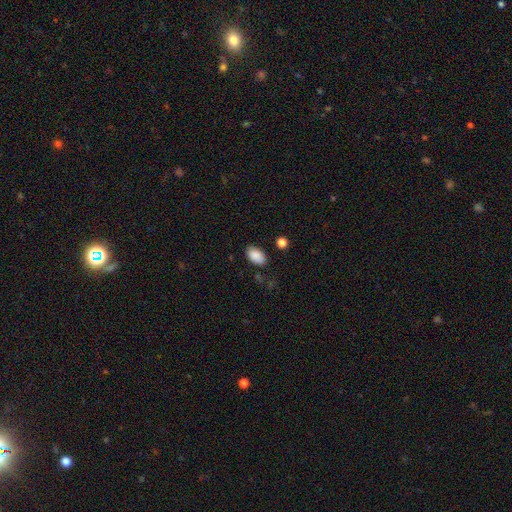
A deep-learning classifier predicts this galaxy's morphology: The model was most divided on "merging": none: 81%, minor disturbance: 13%, major disturbance: 3%, merger: 2%. More confident: how rounded — in between (93%); smooth or featured — smooth (89%).